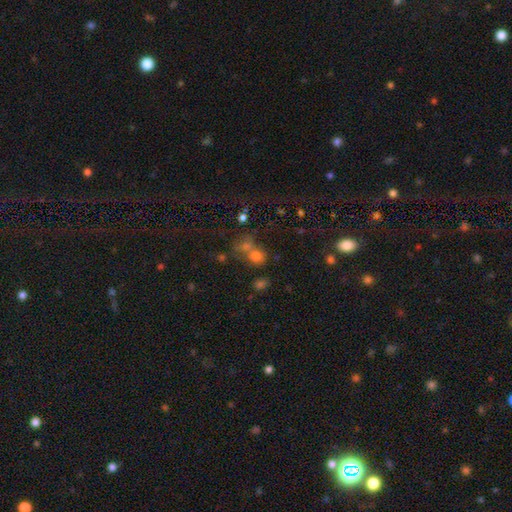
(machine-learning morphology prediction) The model was most divided on "merging": none: 44%, merger: 41%, minor disturbance: 10%, major disturbance: 6%. More confident: smooth or featured — smooth (68%); how rounded — round (67%).